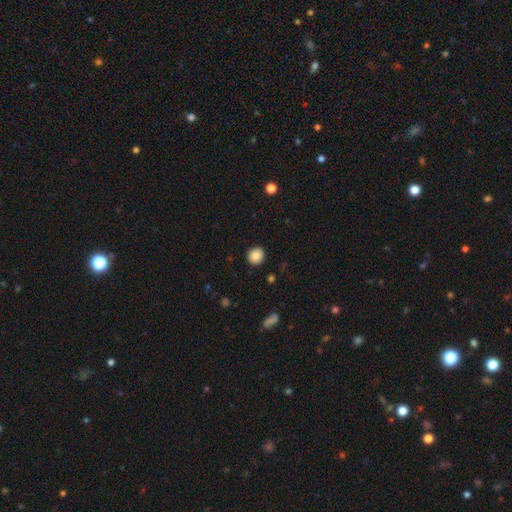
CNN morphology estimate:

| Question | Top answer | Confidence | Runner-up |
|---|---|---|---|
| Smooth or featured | smooth | 87% | star or artifact (9%) |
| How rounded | round | 91% | in between (8%) |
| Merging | none | 91% | minor disturbance (6%) |